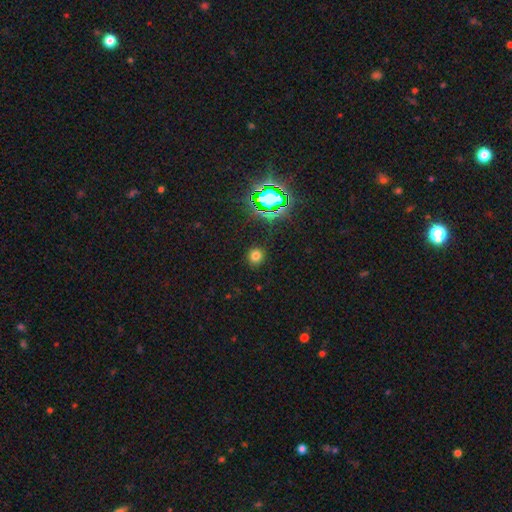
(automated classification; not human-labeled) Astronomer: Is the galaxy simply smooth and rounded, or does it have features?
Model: smooth — 70%.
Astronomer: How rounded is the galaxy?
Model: round — 87%.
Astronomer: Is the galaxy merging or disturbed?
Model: none — 88%.